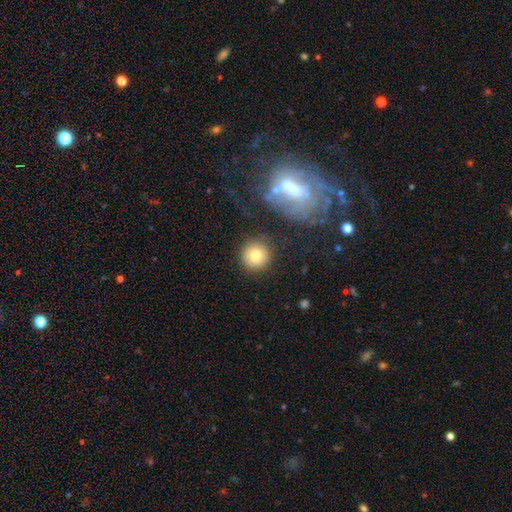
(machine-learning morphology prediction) This appears to be a smooth galaxy with no disk features (80%) that is round (94%). Merging: none (84%).